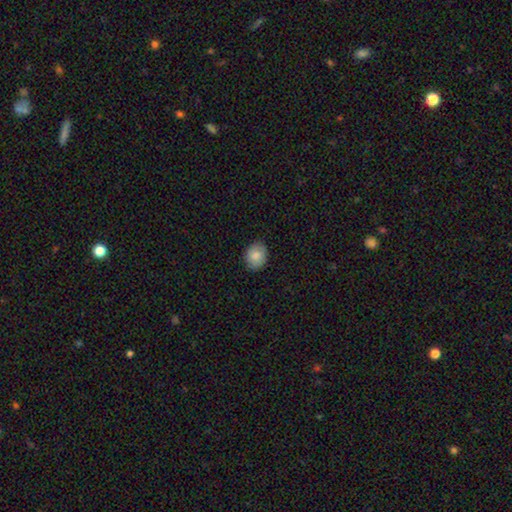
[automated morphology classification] A smooth galaxy with no disk features (85%) that is in between round and cigar-shaped (52%). Merging: none (85%).